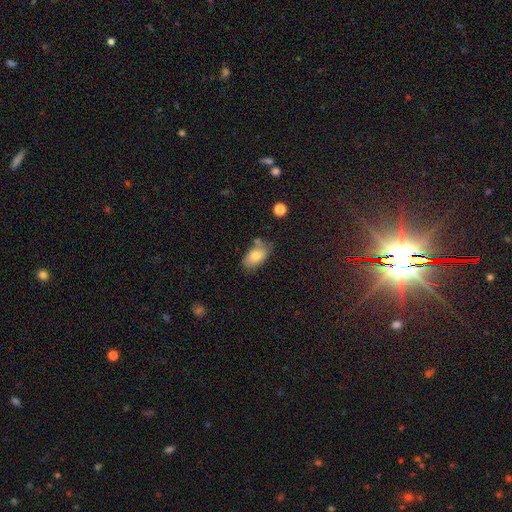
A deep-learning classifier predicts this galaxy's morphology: smooth 77%, featured or disk 15%, star or artifact 8%. Down the decision tree: how rounded — in between (91%); merging — none (59%).